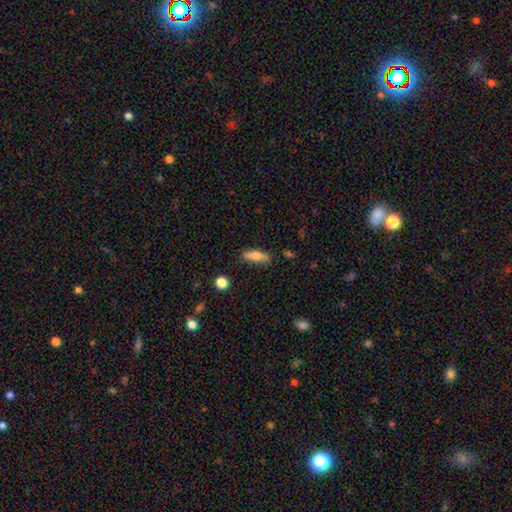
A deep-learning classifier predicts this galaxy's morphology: Smooth or featured? Predicted: smooth (p=0.68). How rounded? Predicted: in between (p=0.52). Merging? Predicted: none (p=0.78).